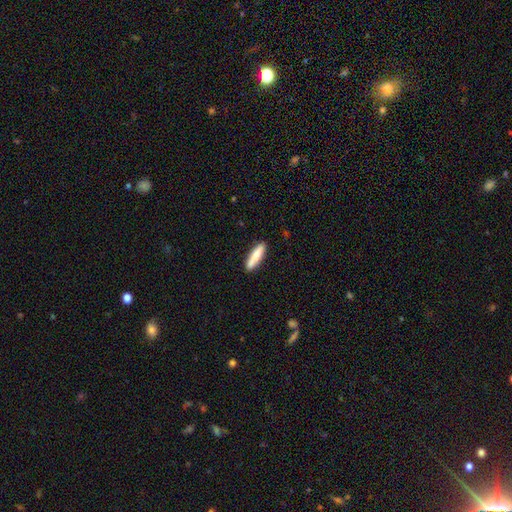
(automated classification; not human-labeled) Smooth or featured? Predicted: smooth (p=0.80). How rounded? Predicted: cigar-shaped (p=0.78). Merging? Predicted: none (p=0.88).